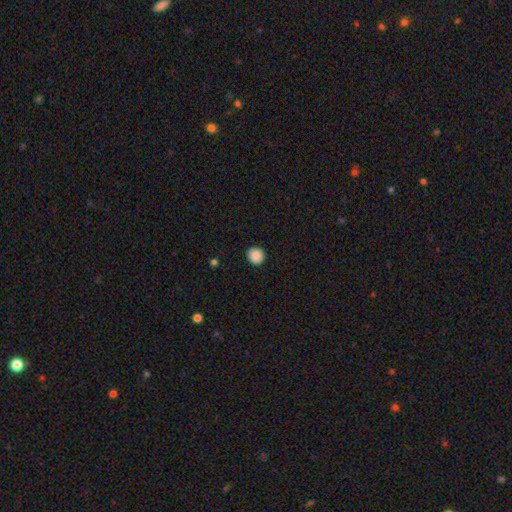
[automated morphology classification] A smooth galaxy with no disk features (89%) that is round (93%).

Vote fractions:
- Smooth or featured? smooth: 89% / star or artifact: 9% / featured or disk: 2%
- How rounded? round: 93% / in between: 6% / cigar-shaped: 1%
- Merging? none: 92% / minor disturbance: 5% / major disturbance: 2% / merger: 1%